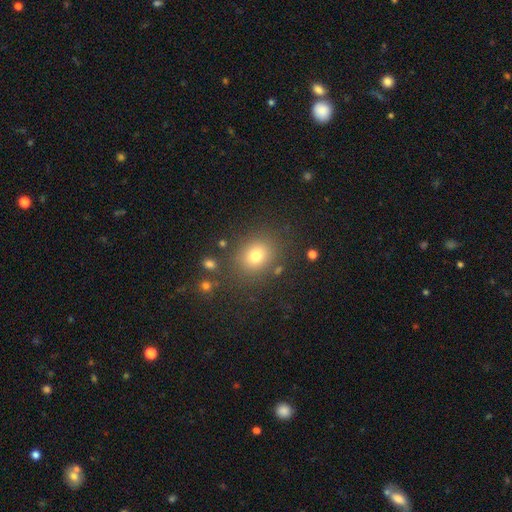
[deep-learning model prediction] This appears to be a smooth galaxy with no disk features (75%) that is round (64%). Merging: none (82%).